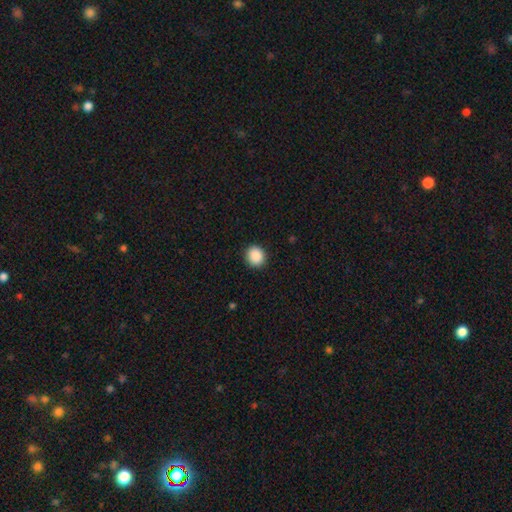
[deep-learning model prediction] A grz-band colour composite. It shows a smooth galaxy with no disk features (89%) that is round (84%). Merging: none (91%).